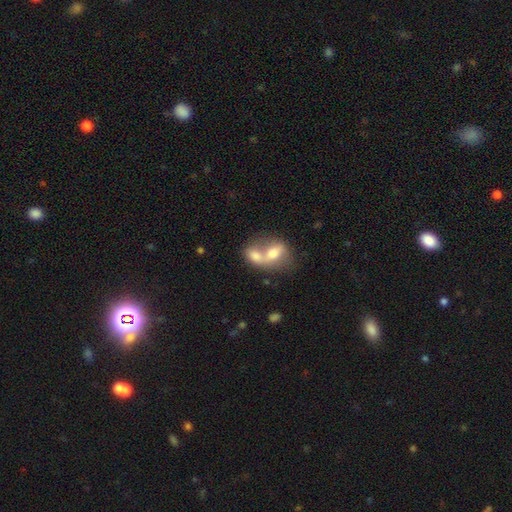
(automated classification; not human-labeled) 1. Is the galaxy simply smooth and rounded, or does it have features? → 68% smooth, 25% featured or disk, 8% star or artifact.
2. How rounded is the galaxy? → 71% in between, 26% round, 3% cigar-shaped.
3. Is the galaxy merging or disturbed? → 79% merger, 11% none, 5% minor disturbance, 5% major disturbance.